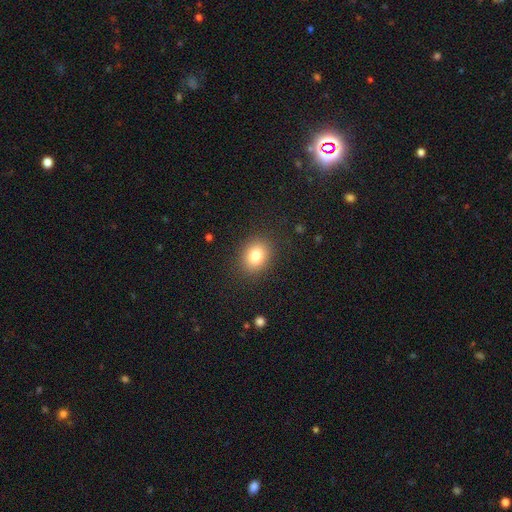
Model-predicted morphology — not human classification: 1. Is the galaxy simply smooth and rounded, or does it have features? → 82% smooth, 10% star or artifact, 8% featured or disk.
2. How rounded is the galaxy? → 50% round, 49% in between, 1% cigar-shaped.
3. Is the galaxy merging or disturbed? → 87% none, 9% minor disturbance, 3% major disturbance, 1% merger.